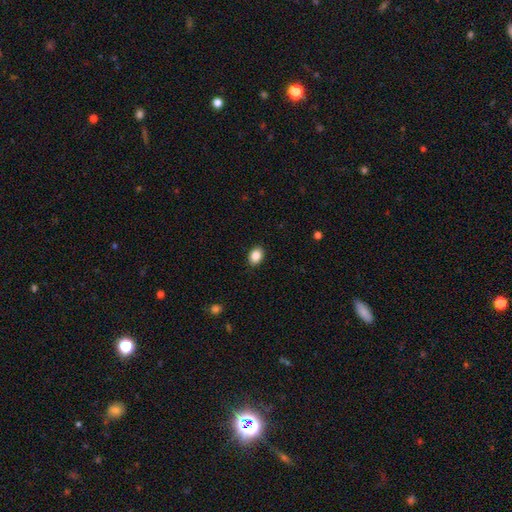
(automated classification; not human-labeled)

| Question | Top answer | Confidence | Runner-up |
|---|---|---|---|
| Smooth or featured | smooth | 88% | star or artifact (8%) |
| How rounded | in between | 72% | round (27%) |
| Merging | none | 89% | minor disturbance (8%) |